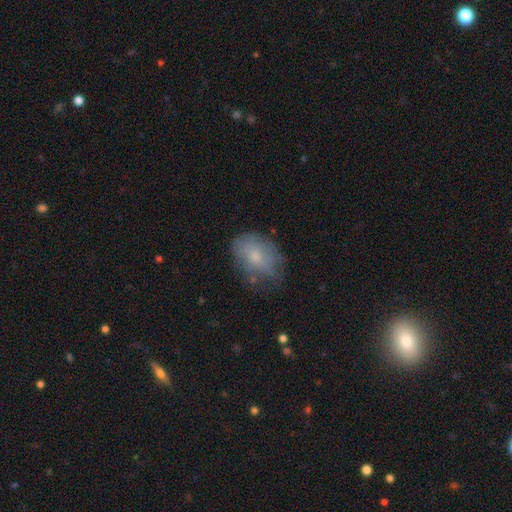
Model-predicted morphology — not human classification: A smooth galaxy with no disk features (65%) that is in between round and cigar-shaped (76%). Merging: none (58%).